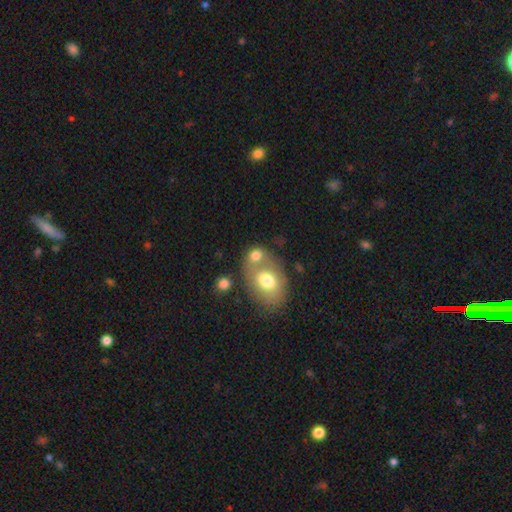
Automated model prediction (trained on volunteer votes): Morphology: type=smooth (72%); roundness=in between (54%); merging=merger (50%).